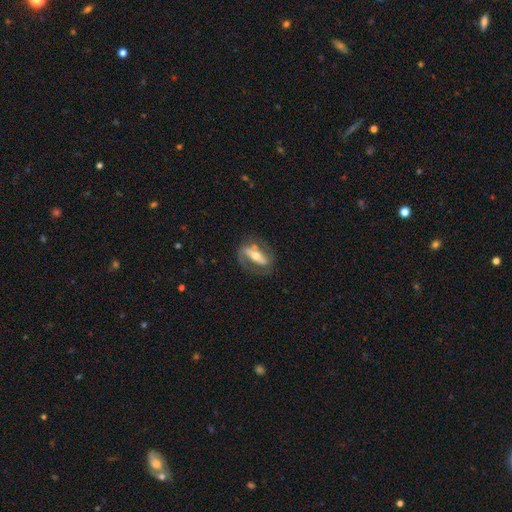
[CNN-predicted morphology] The model was most divided on "spiral arms": yes: 65%, no: 35%. More confident: edge-on disk — no (78%); smooth or featured — featured or disk (69%); merging — none (65%); bar — strong (62%); bulge size — moderate (61%).